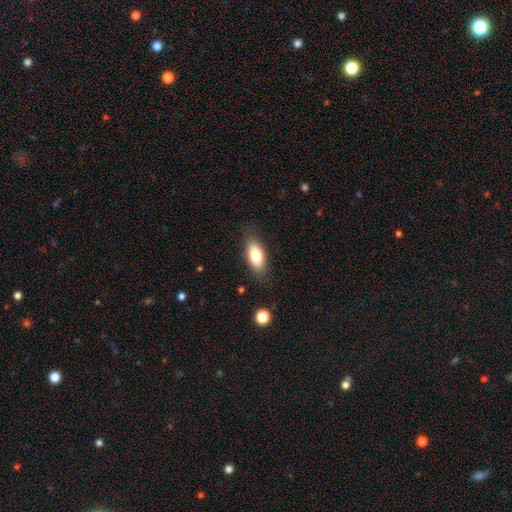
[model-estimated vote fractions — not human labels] Morphology: type=smooth (79%); roundness=in between (85%); merging=none (83%).